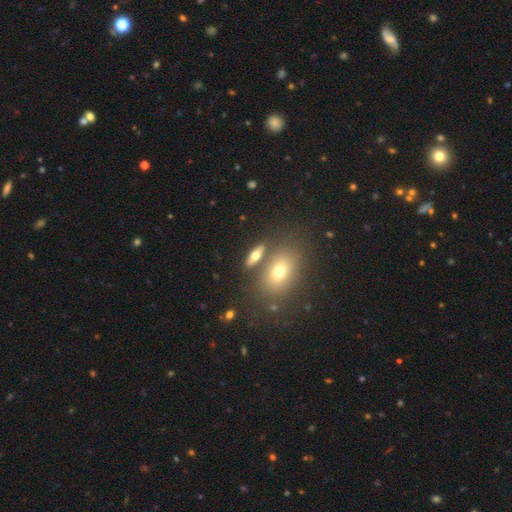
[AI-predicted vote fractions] Smooth or featured?
  - smooth: 57% *
  - featured or disk: 33%
  - star or artifact: 10%
How rounded?
  - in between: 60% *
  - cigar-shaped: 29%
  - round: 11%
Merging?
  - none: 72% *
  - merger: 12%
  - minor disturbance: 11%
  - major disturbance: 5%